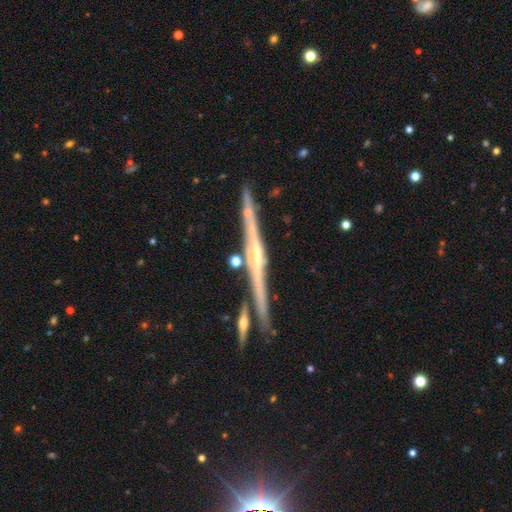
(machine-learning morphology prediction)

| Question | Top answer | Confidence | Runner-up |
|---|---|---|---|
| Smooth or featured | featured or disk | 80% | smooth (13%) |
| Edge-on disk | yes | 98% | no (2%) |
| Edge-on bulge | rounded | 47% | none (42%) |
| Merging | none | 82% | minor disturbance (10%) |